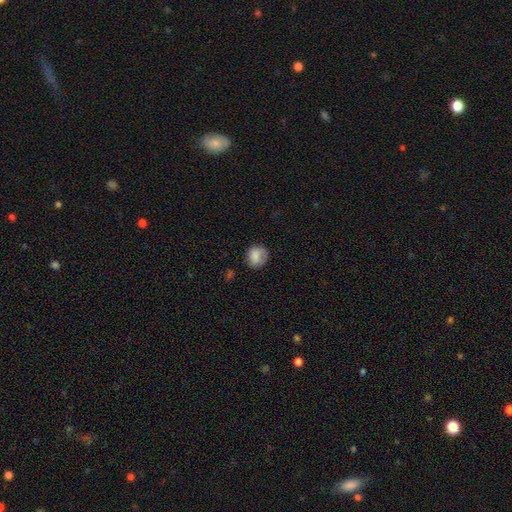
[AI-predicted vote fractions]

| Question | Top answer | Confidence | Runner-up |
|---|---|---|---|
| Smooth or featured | smooth | 82% | featured or disk (10%) |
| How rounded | round | 81% | in between (18%) |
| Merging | none | 74% | minor disturbance (19%) |